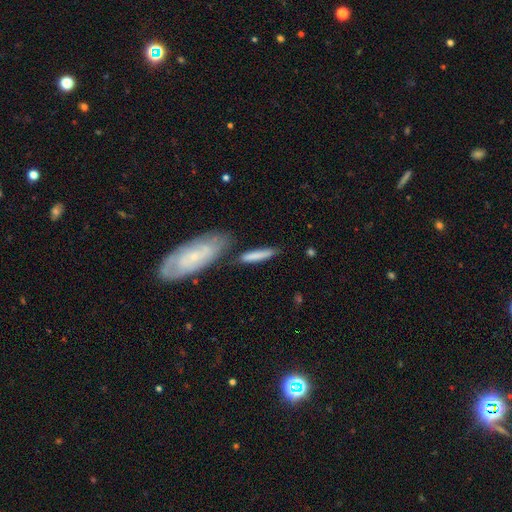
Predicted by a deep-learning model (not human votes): This is likely a smooth galaxy (76%). How rounded: clearly cigar-shaped (83%). Merging: likely none (65%).